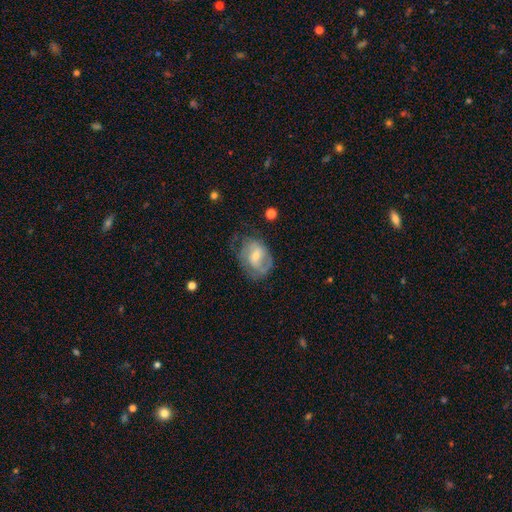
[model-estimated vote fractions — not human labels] This is possibly a featured or disk galaxy (56%). It is clearly not viewed edge-on (96%). Bar: possibly weak (49%). Spiral arm pattern: likely yes (66%). Central bulge: possibly small (52%). Merging: possibly none (50%).